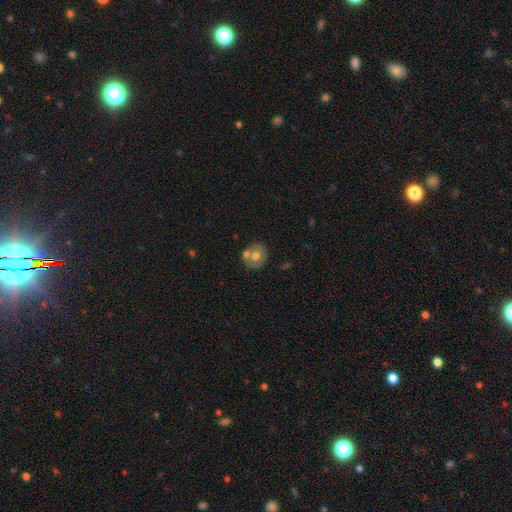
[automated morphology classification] type=smooth (54%); roundness=round (78%); merging=none (57%).